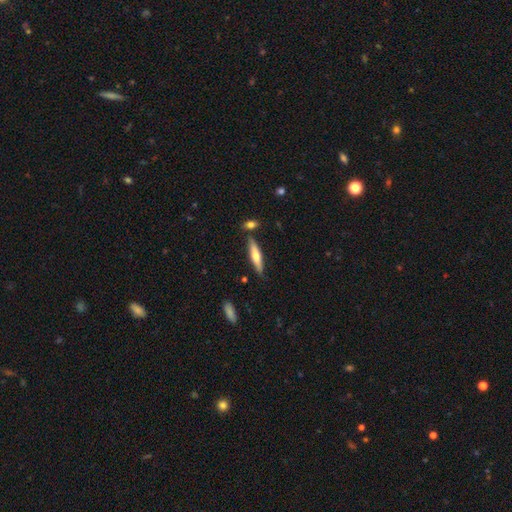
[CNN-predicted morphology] A smooth galaxy with no disk features (53%) that is cigar-shaped (81%).

Vote fractions:
- Smooth or featured? smooth: 53% / featured or disk: 41% / star or artifact: 6%
- How rounded? cigar-shaped: 81% / in between: 18% / round: 1%
- Merging? none: 80% / minor disturbance: 12% / merger: 6% / major disturbance: 2%